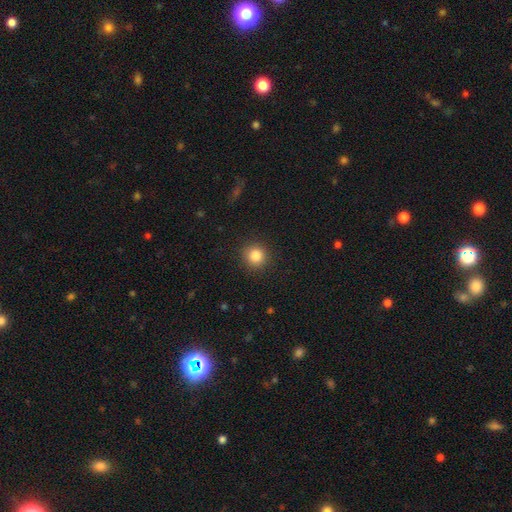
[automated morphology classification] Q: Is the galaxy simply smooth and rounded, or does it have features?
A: smooth — 84%.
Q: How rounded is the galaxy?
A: round — 92%.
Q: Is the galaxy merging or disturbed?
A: none — 91%.